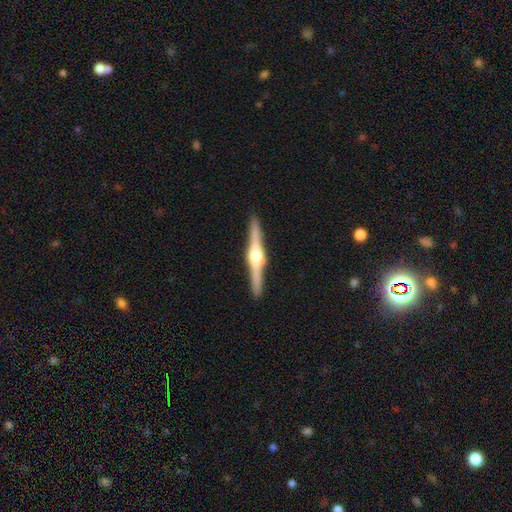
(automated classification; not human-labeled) A featured or disk galaxy (84%) viewed edge-on (98%) with a rounded central bulge (92%).

Vote fractions:
- Smooth or featured? featured or disk: 84% / smooth: 11% / star or artifact: 5%
- Edge-on disk? yes: 98% / no: 2%
- Edge-on bulge? rounded: 92% / boxy: 6% / none: 2%
- Merging? none: 92% / minor disturbance: 6% / major disturbance: 1% / merger: 1%